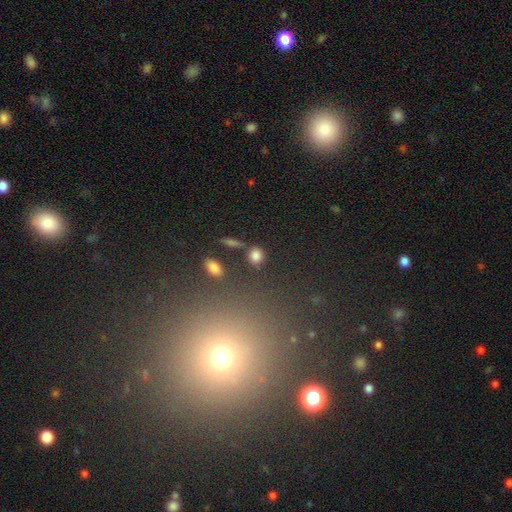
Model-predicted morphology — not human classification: smooth_or_featured: smooth (p=0.83) [alt: star or artifact p=0.11]
how_rounded: round (p=0.74) [alt: in between p=0.23]
merging: none (p=0.75) [alt: minor disturbance p=0.11]